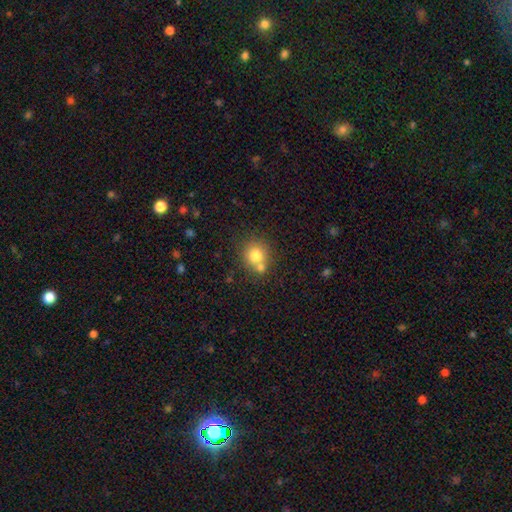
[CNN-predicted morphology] A smooth galaxy with no disk features (77%) that is round (85%). Merging: none (57%).